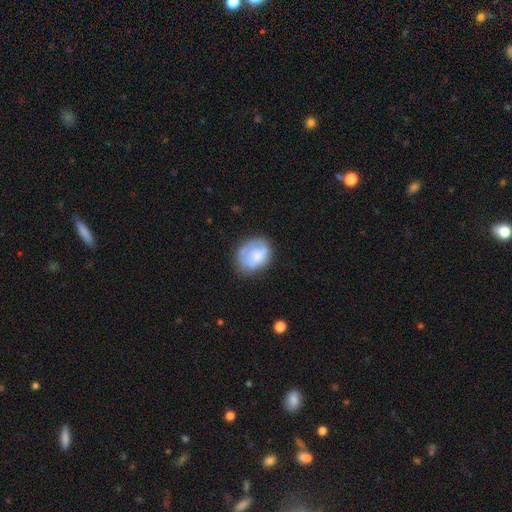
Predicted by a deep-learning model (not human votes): A smooth galaxy with no disk features (61%) that is round (54%).

Vote fractions:
- Smooth or featured? smooth: 61% / featured or disk: 31% / star or artifact: 8%
- How rounded? round: 54% / in between: 45% / cigar-shaped: 1%
- Merging? none: 56% / minor disturbance: 27% / major disturbance: 14% / merger: 3%